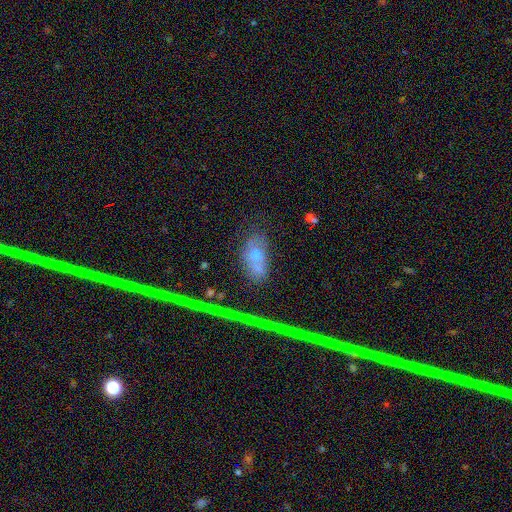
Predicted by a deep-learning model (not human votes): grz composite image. It shows a smooth galaxy with no disk features (50%) that is in between round and cigar-shaped (84%). Merging: none (56%).